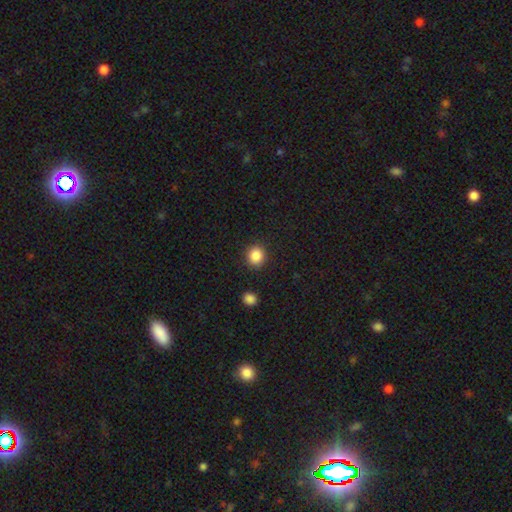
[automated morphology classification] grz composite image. It shows a smooth galaxy with no disk features (87%) that is round (88%). Merging: none (90%).